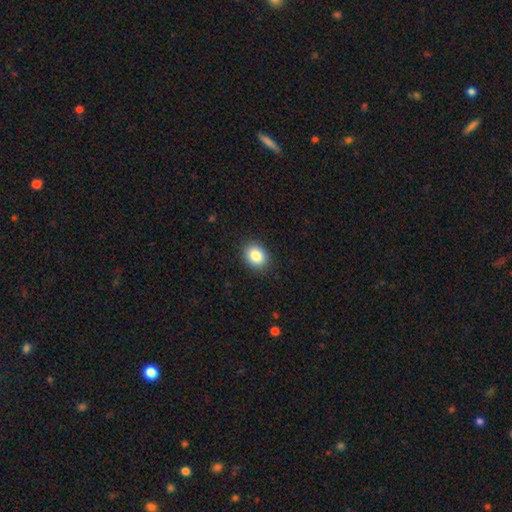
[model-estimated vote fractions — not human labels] Morphology: type=smooth (86%); roundness=in between (51%); merging=none (89%).